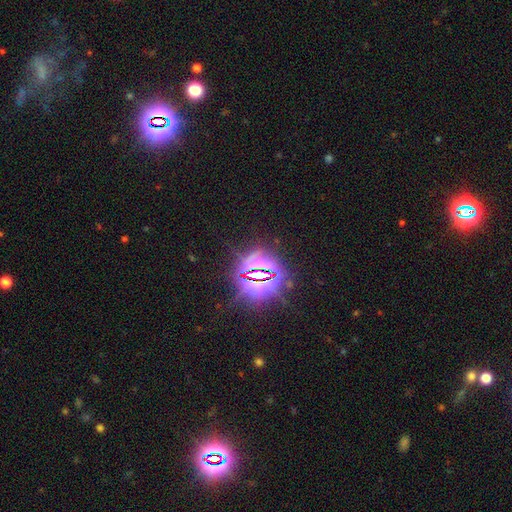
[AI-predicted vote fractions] Morphology: type=star or artifact (85%).